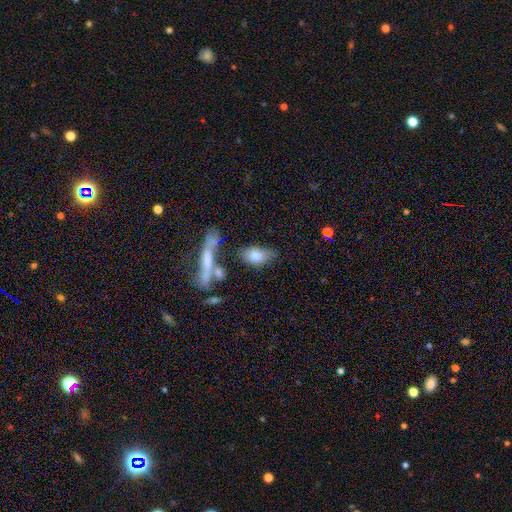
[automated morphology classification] smooth 77%, featured or disk 16%, star or artifact 7%. Down the decision tree: how rounded — in between (85%); merging — none (51%).